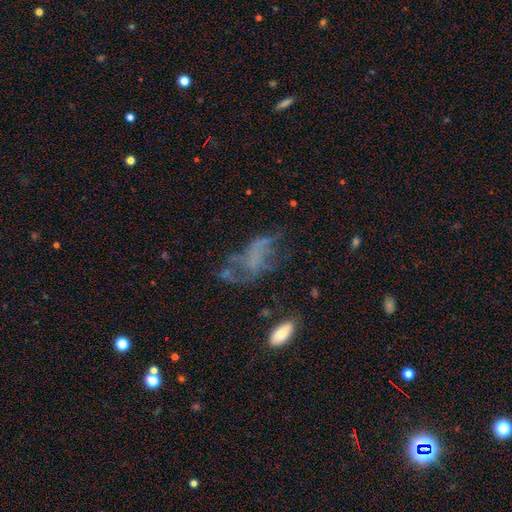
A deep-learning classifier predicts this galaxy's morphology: smooth_or_featured: featured or disk (p=0.52) [alt: smooth p=0.28]
disk_edge_on: no (p=0.94) [alt: yes p=0.06]
merging: major disturbance (p=0.39) [alt: none p=0.33]